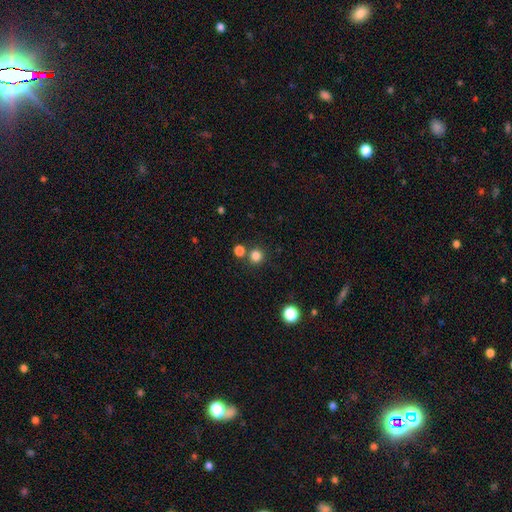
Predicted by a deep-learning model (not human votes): Smooth or featured? Predicted: smooth (p=0.81). How rounded? Predicted: round (p=0.93). Merging? Predicted: none (p=0.76).